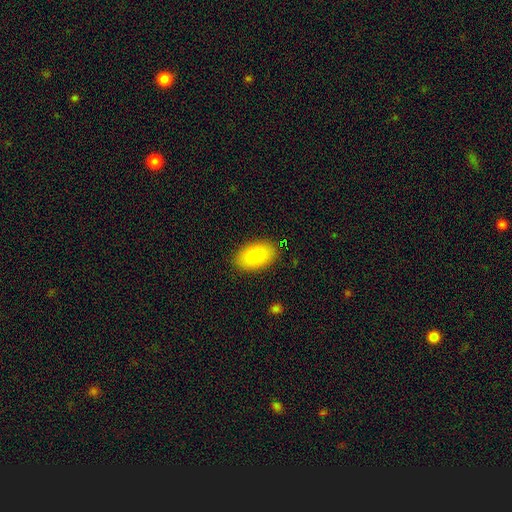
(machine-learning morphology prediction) Smooth or featured? smooth (84%)
How rounded? in between (93%)
Merging? none (87%)